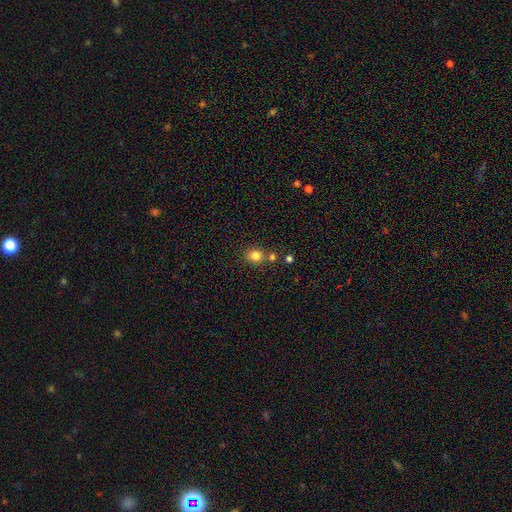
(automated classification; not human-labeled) A smooth galaxy with no disk features (83%) that is round (81%). Merging: none (70%).